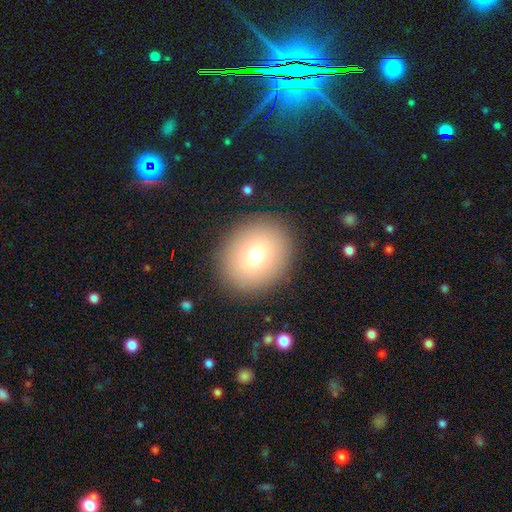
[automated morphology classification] This is likely a smooth galaxy (74%). How rounded: likely round (69%). Merging: clearly none (89%).